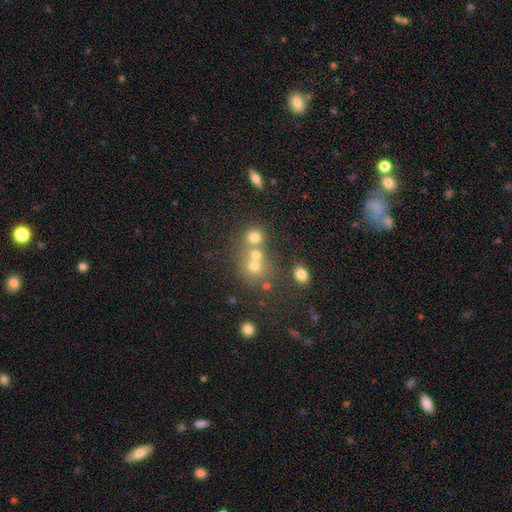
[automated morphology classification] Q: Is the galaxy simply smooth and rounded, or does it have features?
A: smooth — 68%.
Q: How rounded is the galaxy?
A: round — 80%.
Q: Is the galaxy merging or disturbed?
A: none — 44%, tied with merger.